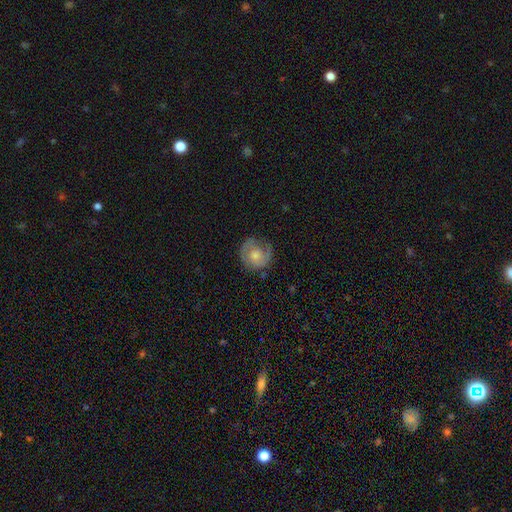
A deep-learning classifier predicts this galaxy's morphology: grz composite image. It shows a featured or disk galaxy (61%) with no bar (74%), spiral arms (83%) and a moderate central bulge (51%). Merging: none (70%).